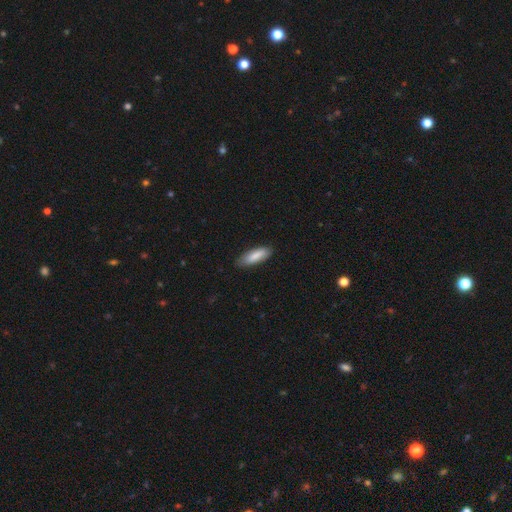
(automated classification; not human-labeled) Morphology: type=smooth (85%); roundness=in between (54%); merging=none (82%).